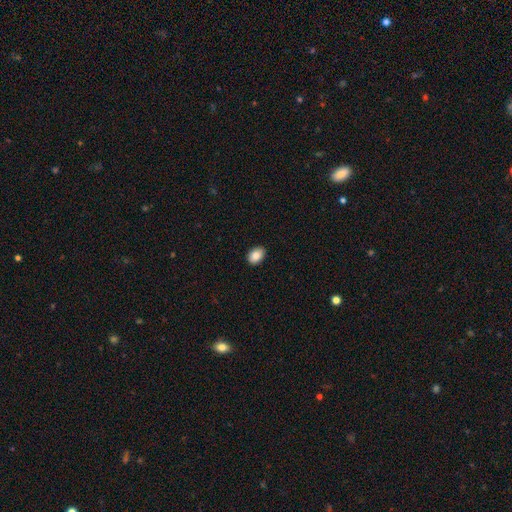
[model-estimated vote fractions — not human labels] Morphology: type=smooth (87%); roundness=in between (80%); merging=none (90%).